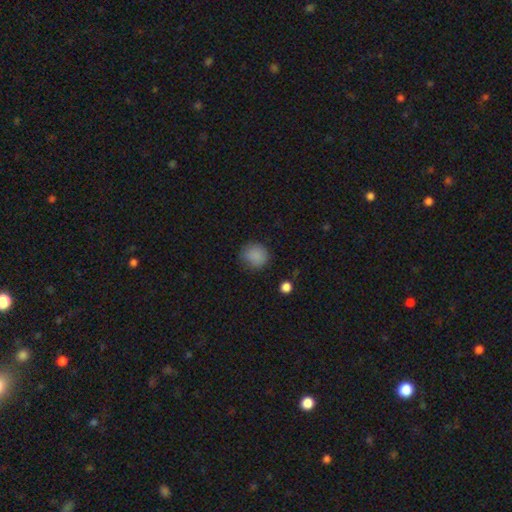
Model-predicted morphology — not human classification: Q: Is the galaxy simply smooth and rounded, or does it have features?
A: smooth — 86%.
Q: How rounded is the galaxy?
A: round — 86%.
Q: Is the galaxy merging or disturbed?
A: none — 80%.